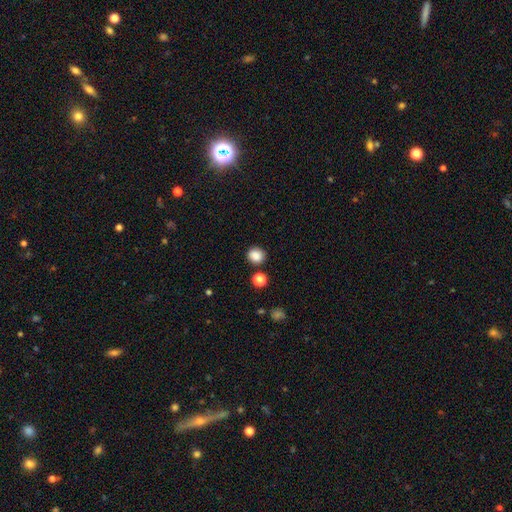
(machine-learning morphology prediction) type=smooth (86%); roundness=round (79%); merging=none (85%).